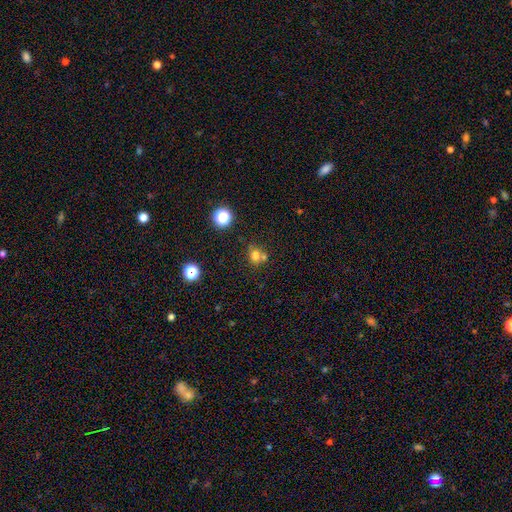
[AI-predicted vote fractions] The model was most divided on "merging": none: 52%, merger: 34%, minor disturbance: 10%, major disturbance: 4%. More confident: how rounded — round (78%); smooth or featured — smooth (71%).